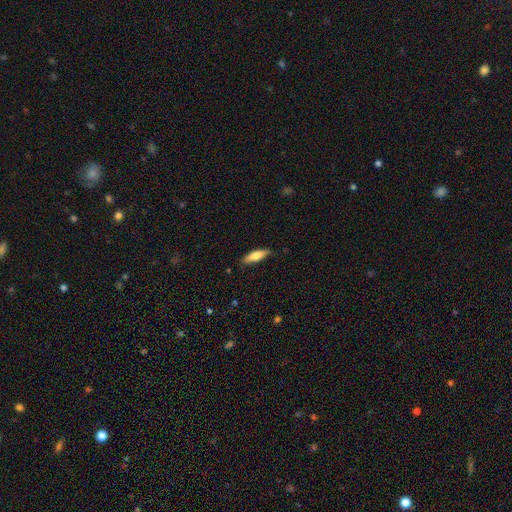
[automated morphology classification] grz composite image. It shows a smooth galaxy with no disk features (72%) that is cigar-shaped (59%). Merging: none (79%).